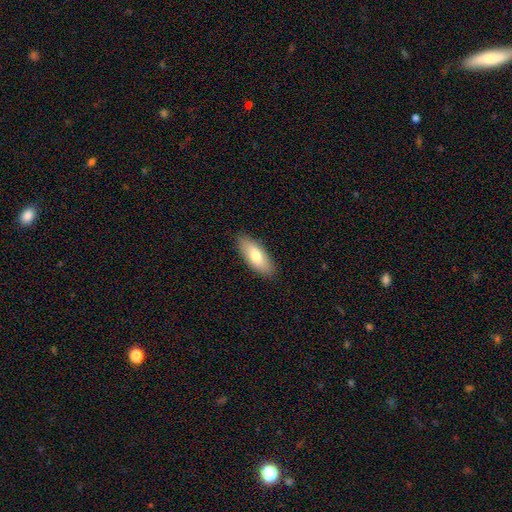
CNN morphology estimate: Smooth or featured: smooth — 73% (featured or disk — 21%)
How rounded: in between — 77% (cigar-shaped — 20%)
Merging: none — 88% (minor disturbance — 9%)